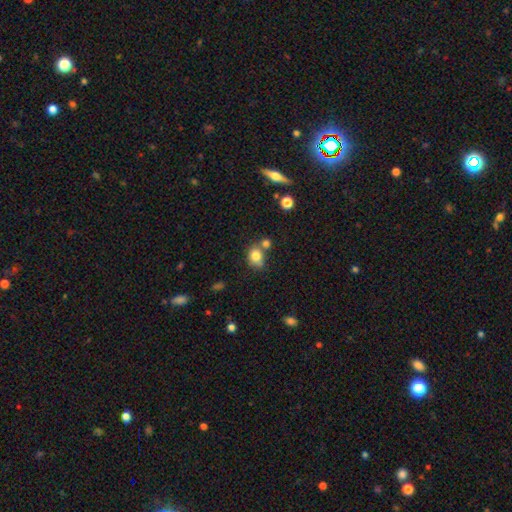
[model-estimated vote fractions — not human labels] Smooth or featured? Predicted: smooth (p=0.81). How rounded? Predicted: in between (p=0.52). Merging? Predicted: none (p=0.47).